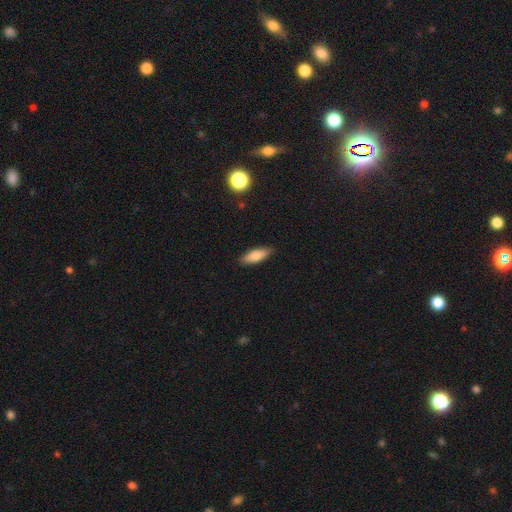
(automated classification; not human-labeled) Overall: smooth (77%). How rounded: in between (62%; cigar-shaped 35%). Merging: none (87%).